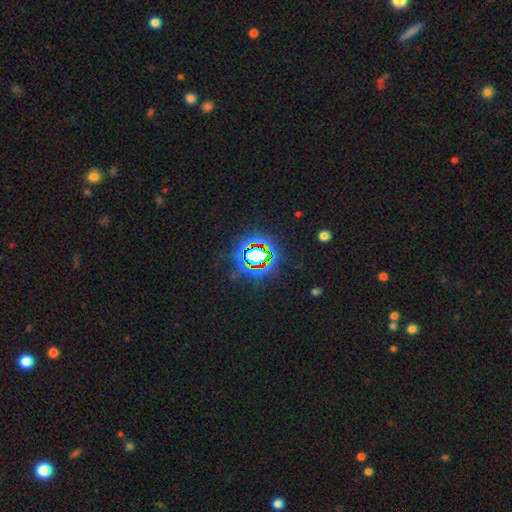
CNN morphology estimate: smooth_or_featured: star or artifact (p=0.74) [alt: smooth p=0.14]